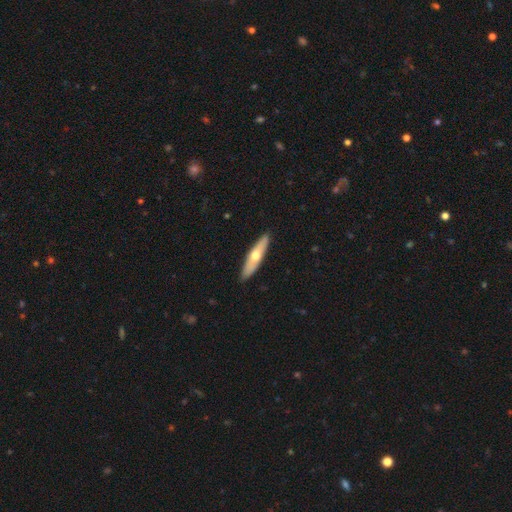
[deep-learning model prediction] Overall: smooth (50%; featured or disk 45%). How rounded: cigar-shaped (76%). Merging: none (90%).